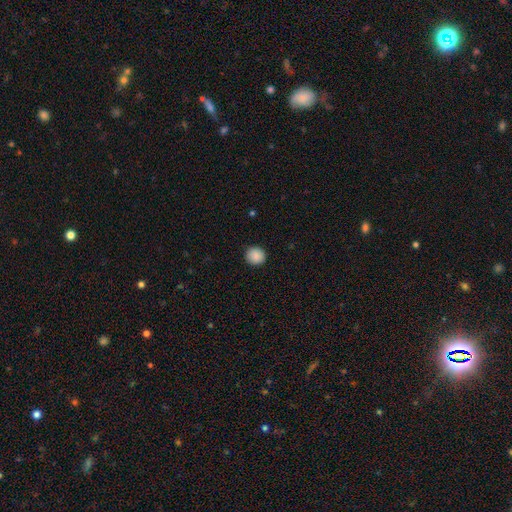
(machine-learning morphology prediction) A smooth galaxy with no disk features (89%) that is round (92%).

Vote fractions:
- Smooth or featured? smooth: 89% / star or artifact: 8% / featured or disk: 3%
- How rounded? round: 92% / in between: 7% / cigar-shaped: 1%
- Merging? none: 92% / minor disturbance: 5% / major disturbance: 2% / merger: 1%